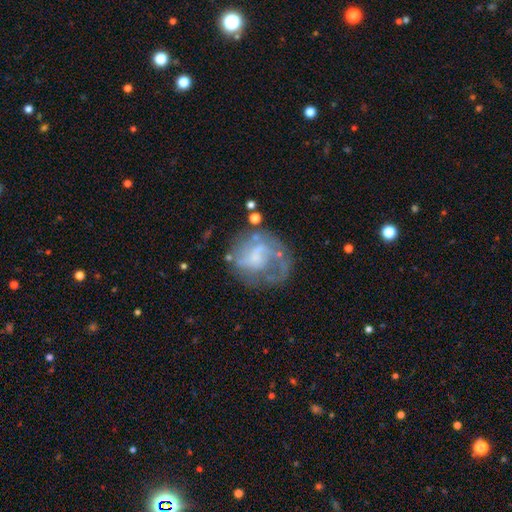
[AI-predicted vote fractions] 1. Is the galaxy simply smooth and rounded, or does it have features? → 64% featured or disk, 26% smooth, 10% star or artifact.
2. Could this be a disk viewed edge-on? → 98% no, 2% yes.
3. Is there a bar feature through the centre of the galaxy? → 63% no, 30% weak, 7% strong.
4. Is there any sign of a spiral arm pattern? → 62% yes, 38% no.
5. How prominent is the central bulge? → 40% none, 29% small, 22% moderate, 7% large, 2% dominant.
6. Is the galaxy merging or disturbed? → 47% none, 28% major disturbance, 20% minor disturbance, 6% merger.